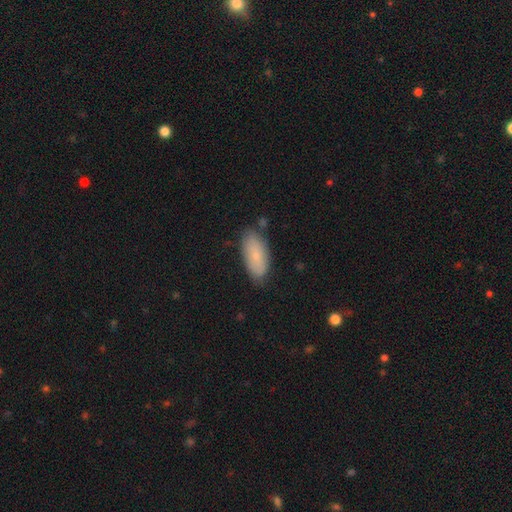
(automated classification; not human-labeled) smooth-or-featured: smooth: 74% | featured or disk: 19% | star or artifact: 7%
  how-rounded: in between: 90% | cigar-shaped: 7% | round: 2%
  merging: none: 78% | minor disturbance: 16% | major disturbance: 3% | merger: 2%